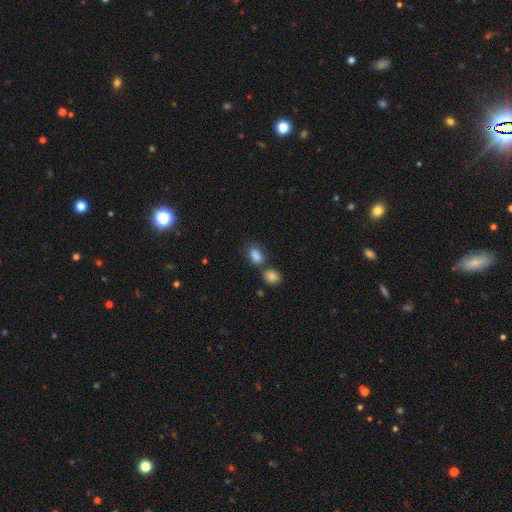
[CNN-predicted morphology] smooth-or-featured: smooth: 85% | star or artifact: 9% | featured or disk: 5%
  how-rounded: in between: 83% | round: 15% | cigar-shaped: 2%
  merging: none: 53% | merger: 29% | minor disturbance: 14% | major disturbance: 4%